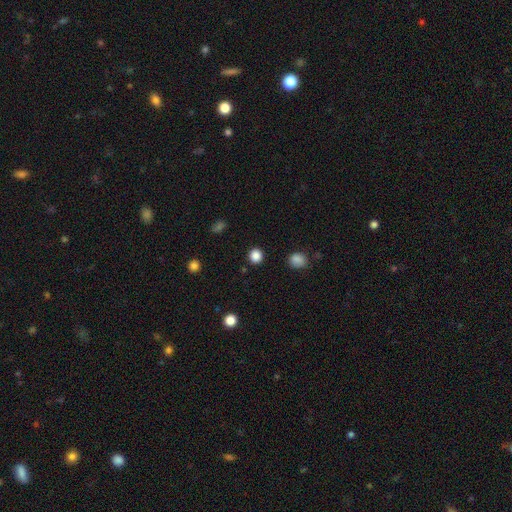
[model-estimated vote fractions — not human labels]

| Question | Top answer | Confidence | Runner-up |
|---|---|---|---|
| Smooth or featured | smooth | 85% | star or artifact (12%) |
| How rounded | round | 92% | in between (7%) |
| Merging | none | 91% | minor disturbance (5%) |